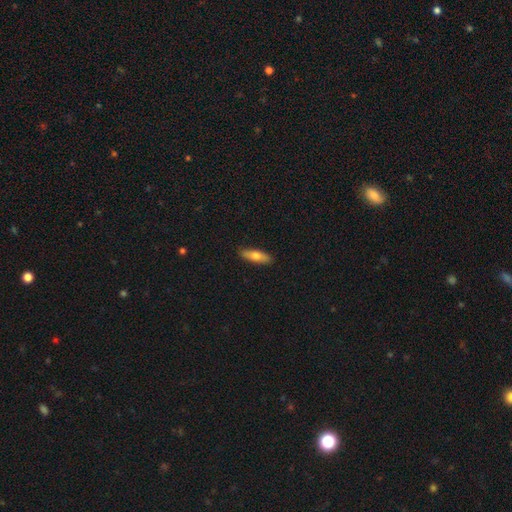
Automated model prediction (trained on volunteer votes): This is likely a smooth galaxy (70%). How rounded: possibly cigar-shaped (51%). Merging: clearly none (88%).